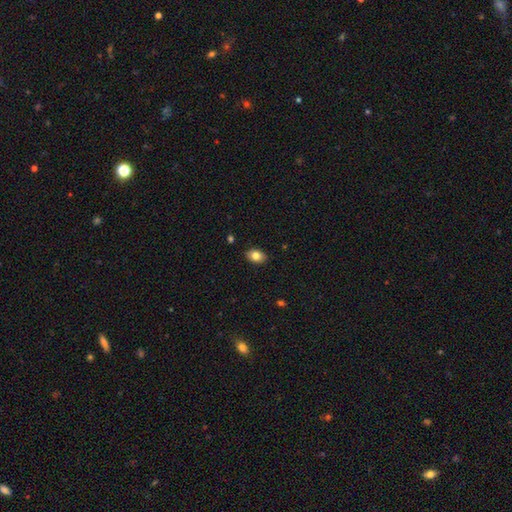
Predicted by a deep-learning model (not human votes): The model was most divided on "how rounded": in between: 81%, round: 18%, cigar-shaped: 1%. More confident: merging — none (88%); smooth or featured — smooth (82%).